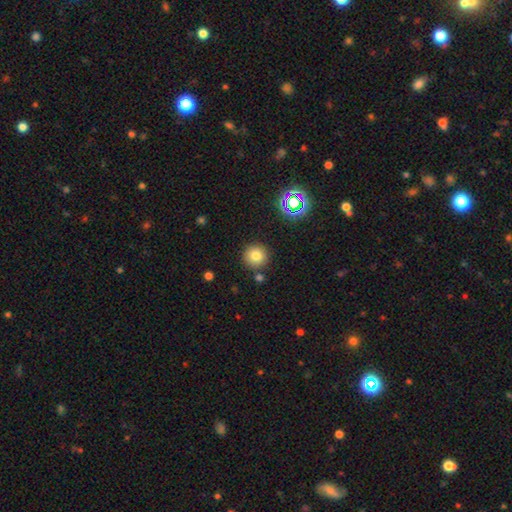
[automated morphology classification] The model was most divided on "smooth or featured": smooth: 78%, star or artifact: 14%, featured or disk: 8%. More confident: how rounded — round (94%); merging — none (85%).